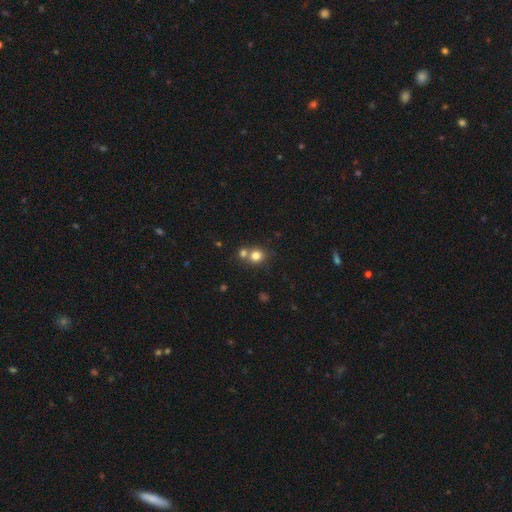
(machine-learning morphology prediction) smooth-or-featured: smooth: 80% | star or artifact: 12% | featured or disk: 8%
  how-rounded: round: 84% | in between: 15% | cigar-shaped: 1%
  merging: none: 52% | merger: 38% | minor disturbance: 7% | major disturbance: 3%